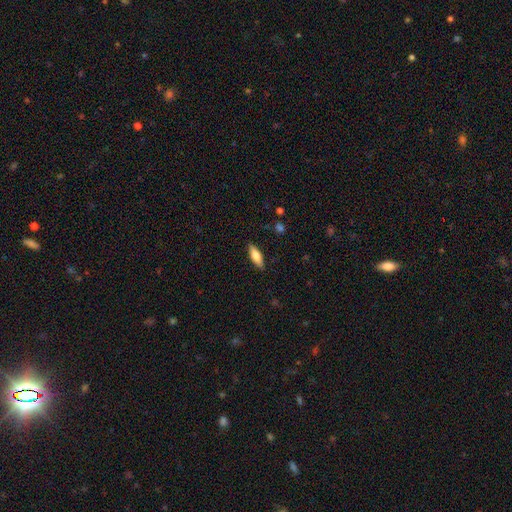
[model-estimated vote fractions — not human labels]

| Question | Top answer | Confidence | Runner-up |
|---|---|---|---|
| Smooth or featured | smooth | 67% | featured or disk (27%) |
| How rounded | in between | 57% | cigar-shaped (41%) |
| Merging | none | 88% | minor disturbance (9%) |